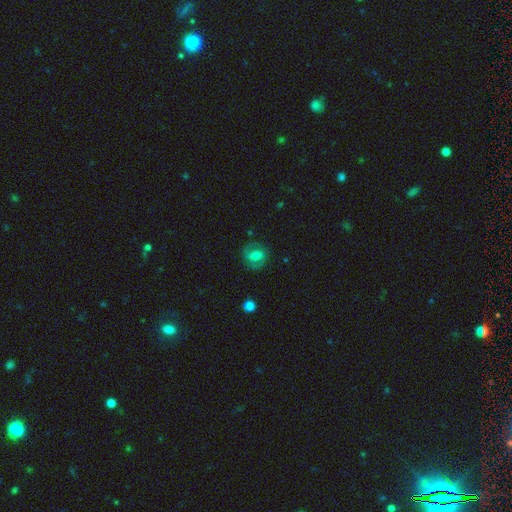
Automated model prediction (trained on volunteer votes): Q: Smooth or featured?
A: featured or disk (55%); runner-up: smooth (36%)
Q: Edge-on disk?
A: no (96%); runner-up: yes (4%)
Q: Bar?
A: weak (43%); runner-up: no (35%)
Q: Spiral arms?
A: yes (77%); runner-up: no (23%)
Q: Bulge size?
A: moderate (52%); runner-up: small (21%)
Q: Merging?
A: none (75%); runner-up: minor disturbance (15%)